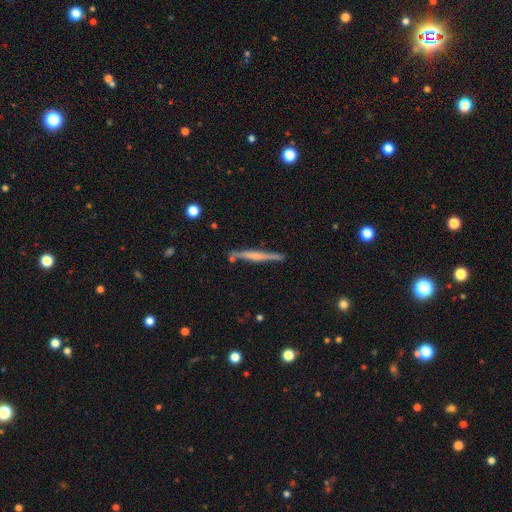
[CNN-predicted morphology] featured or disk 58%, smooth 35%, star or artifact 6%. Down the decision tree: edge-on disk — yes (97%); edge-on bulge — none (47%); merging — none (84%).